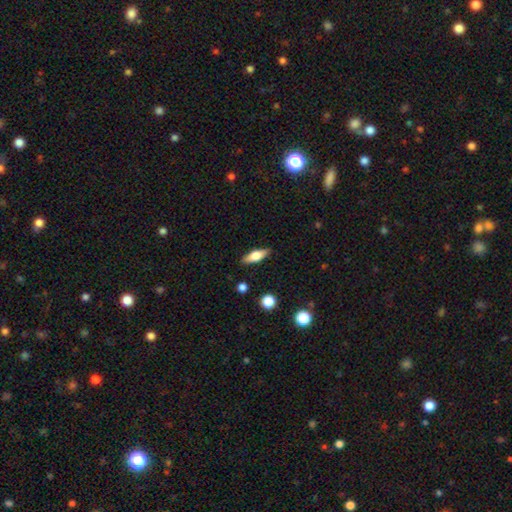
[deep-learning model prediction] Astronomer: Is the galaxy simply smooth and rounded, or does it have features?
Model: smooth — 61%.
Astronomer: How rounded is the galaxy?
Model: in between — 58% (runner-up: cigar-shaped, 39%).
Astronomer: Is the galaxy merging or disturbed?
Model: none — 87%.